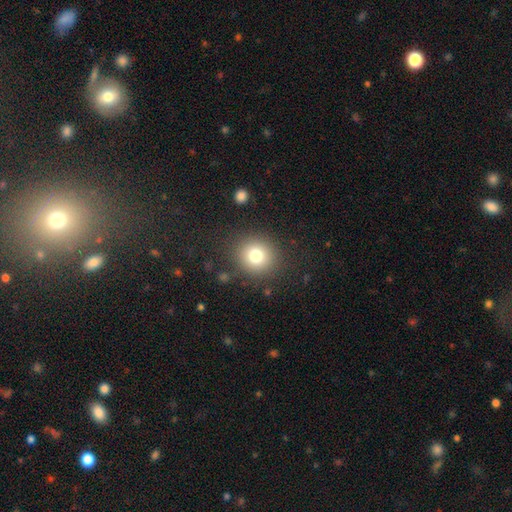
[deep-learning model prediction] Morphology: type=smooth (77%); roundness=round (89%); merging=none (87%).